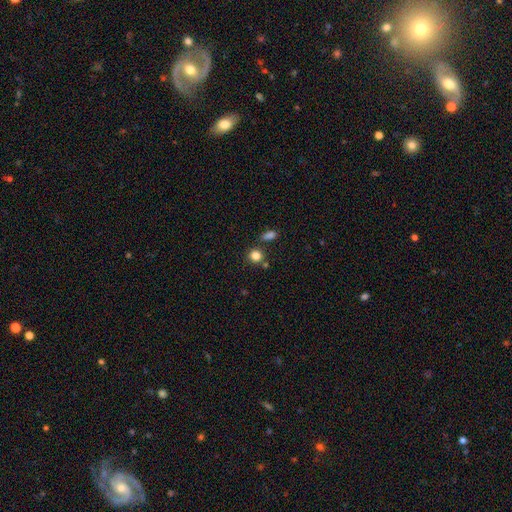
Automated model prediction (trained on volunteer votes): A smooth galaxy with no disk features (83%) that is round (85%). Merging: none (75%).